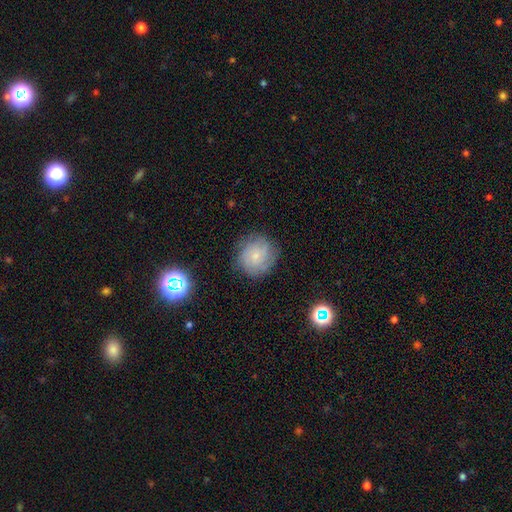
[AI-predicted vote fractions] Q: Smooth or featured?
A: smooth (46%); runner-up: featured or disk (43%)
Q: Merging?
A: none (79%); runner-up: minor disturbance (15%)